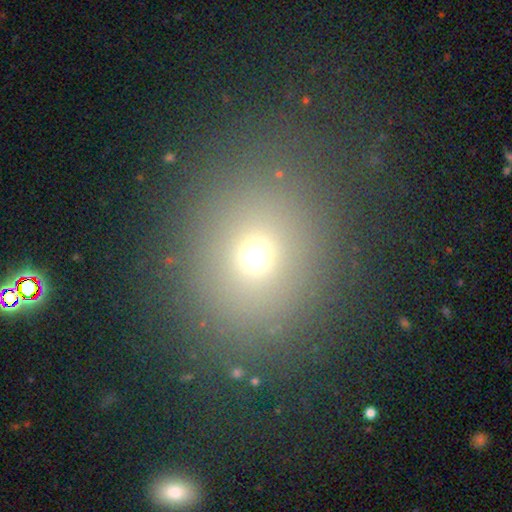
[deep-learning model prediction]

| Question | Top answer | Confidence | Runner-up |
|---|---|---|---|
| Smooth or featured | smooth | 67% | star or artifact (23%) |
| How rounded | round | 71% | in between (28%) |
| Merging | none | 82% | minor disturbance (10%) |